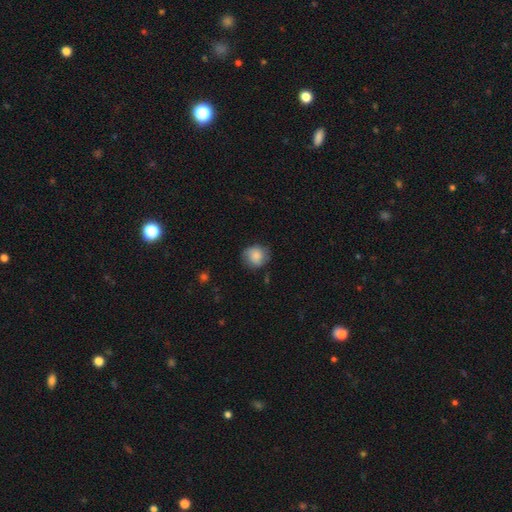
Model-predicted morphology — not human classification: Overall: smooth (79%). How rounded: round (82%). Merging: none (74%).